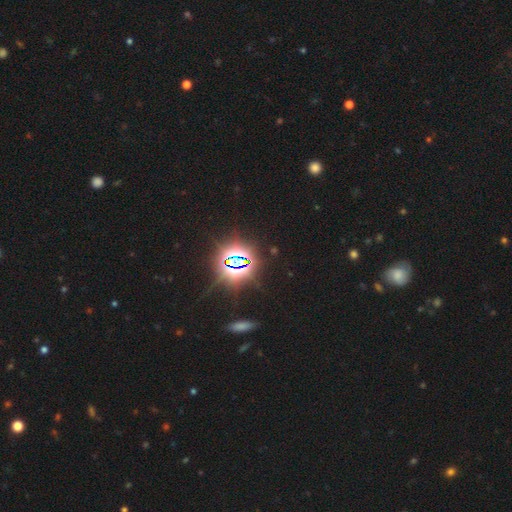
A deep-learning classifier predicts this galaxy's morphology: smooth_or_featured: star or artifact (p=0.81) [alt: smooth p=0.12]